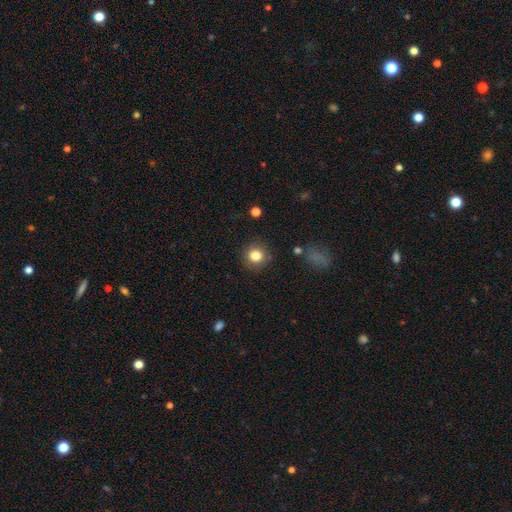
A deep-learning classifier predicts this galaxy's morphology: Overall: smooth (82%). How rounded: round (91%). Merging: none (86%).